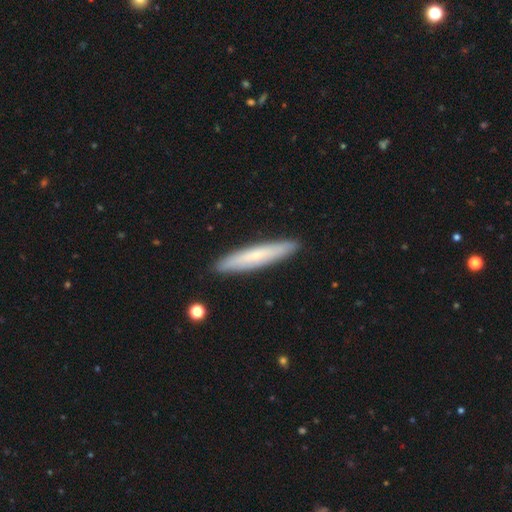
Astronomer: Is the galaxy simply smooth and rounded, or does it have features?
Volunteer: smooth — 54% (runner-up: featured or disk, 41%).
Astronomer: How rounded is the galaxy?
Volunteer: cigar-shaped — 100%.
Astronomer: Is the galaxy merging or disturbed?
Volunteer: none — 94%.